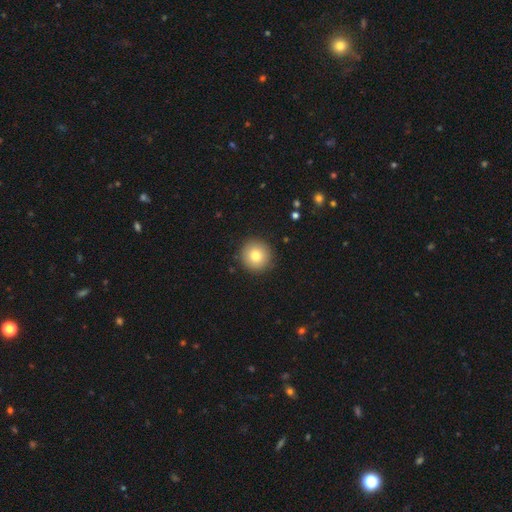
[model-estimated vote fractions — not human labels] A smooth galaxy with no disk features (79%) that is round (95%). Merging: none (91%).